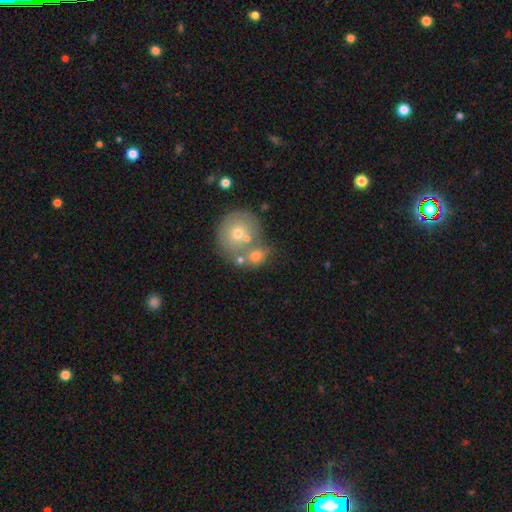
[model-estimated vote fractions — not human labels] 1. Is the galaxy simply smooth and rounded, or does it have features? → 59% smooth, 30% featured or disk, 11% star or artifact.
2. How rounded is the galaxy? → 71% round, 28% in between, 1% cigar-shaped.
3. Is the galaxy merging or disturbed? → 49% merger, 32% none, 11% minor disturbance, 8% major disturbance.